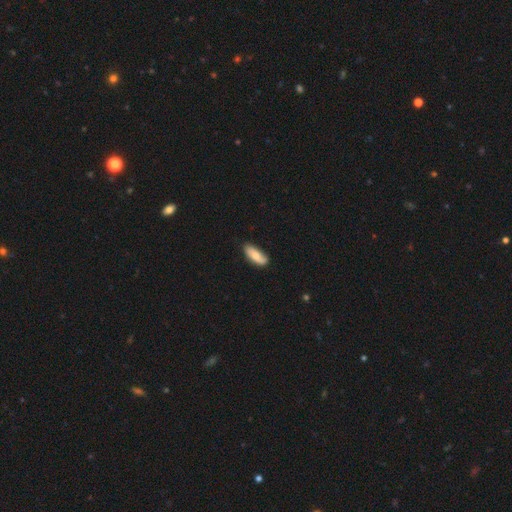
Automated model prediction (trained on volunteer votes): A smooth galaxy with no disk features (73%) that is in between round and cigar-shaped (76%). Merging: none (71%).